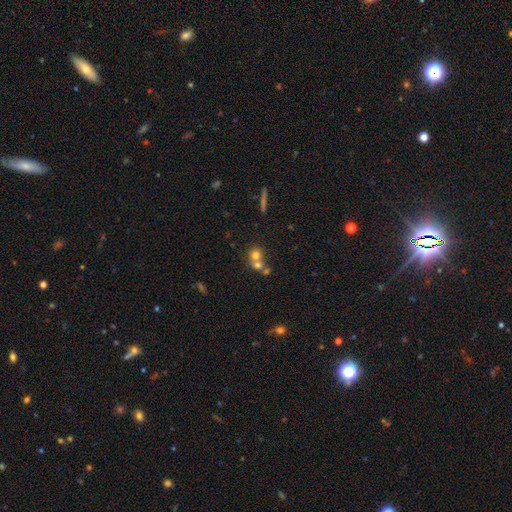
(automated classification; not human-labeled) A smooth galaxy with no disk features (67%) that is round (85%). Merging: merger (55%).